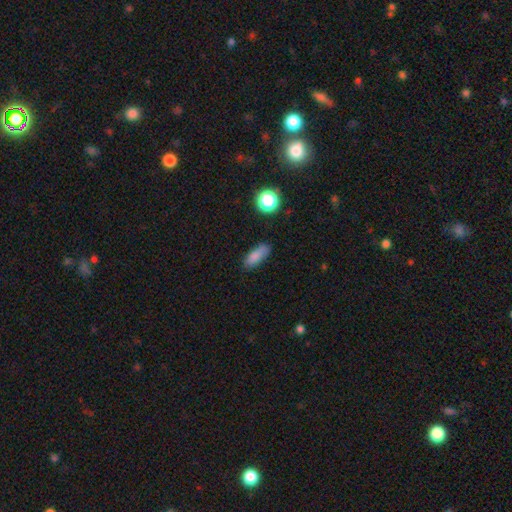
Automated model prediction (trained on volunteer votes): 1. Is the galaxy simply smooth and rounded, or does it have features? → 82% smooth, 10% star or artifact, 8% featured or disk.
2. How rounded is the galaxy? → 66% in between, 29% cigar-shaped, 5% round.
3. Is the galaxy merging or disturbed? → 72% none, 20% minor disturbance, 5% major disturbance, 3% merger.